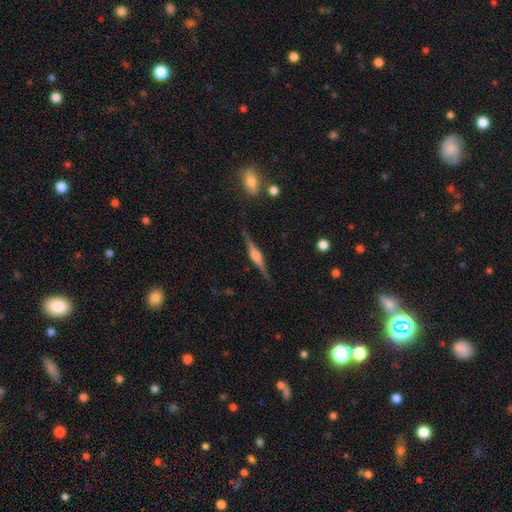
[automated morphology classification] This appears to be a featured or disk galaxy (82%) viewed edge-on (98%) with a rounded central bulge (79%). Merging: none (88%).